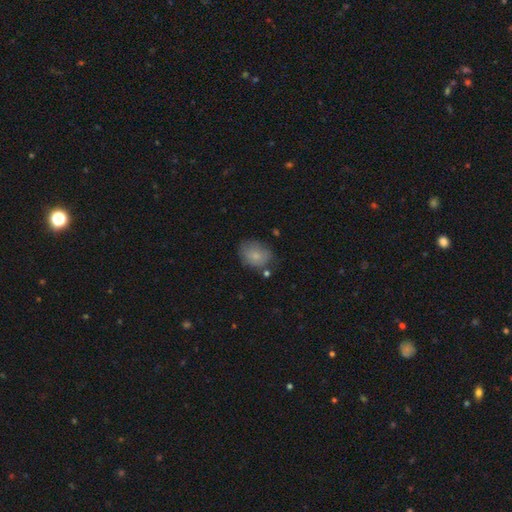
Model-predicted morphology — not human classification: Smooth or featured: smooth — 81% (featured or disk — 11%)
How rounded: in between — 59% (round — 40%)
Merging: none — 64% (minor disturbance — 24%)